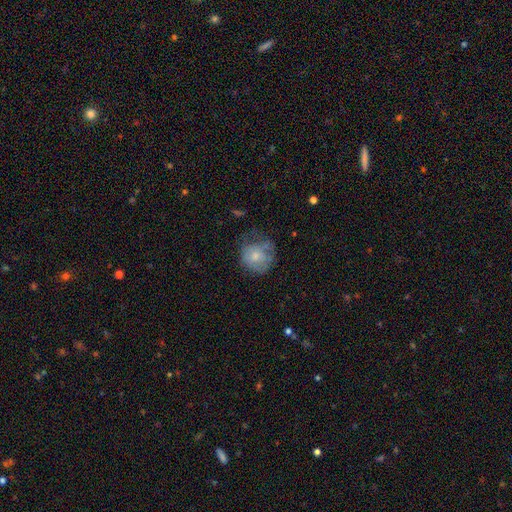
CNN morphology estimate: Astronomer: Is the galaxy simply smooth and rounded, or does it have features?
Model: smooth — 65%.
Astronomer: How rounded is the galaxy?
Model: round — 79%.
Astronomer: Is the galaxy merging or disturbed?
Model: none — 42% (runner-up: minor disturbance, 31%).